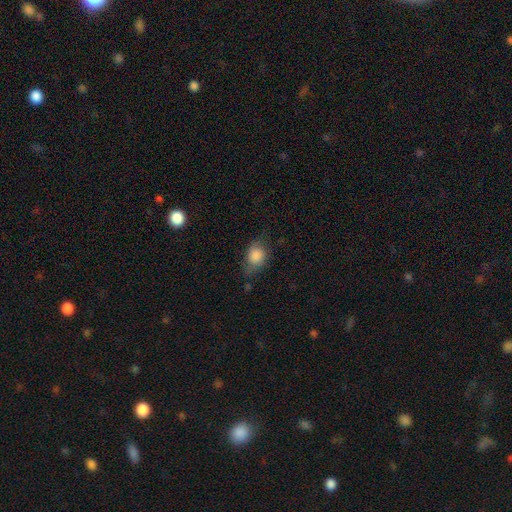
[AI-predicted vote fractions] The model was most divided on "how rounded": in between: 59%, round: 39%, cigar-shaped: 2%. More confident: smooth or featured — smooth (82%); merging — none (59%).